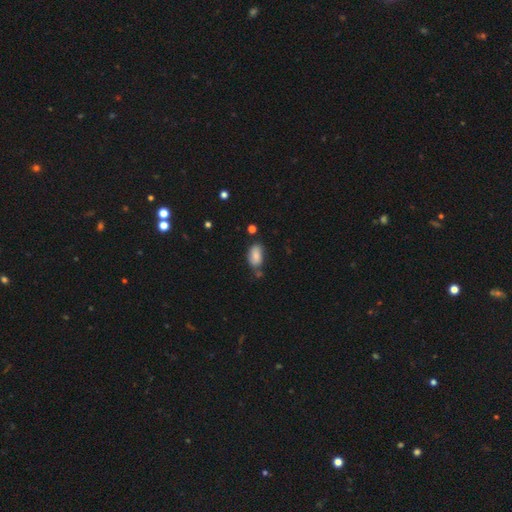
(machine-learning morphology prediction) Smooth or featured: smooth — 80% (featured or disk — 12%)
How rounded: in between — 93% (round — 5%)
Merging: none — 62% (minor disturbance — 23%)